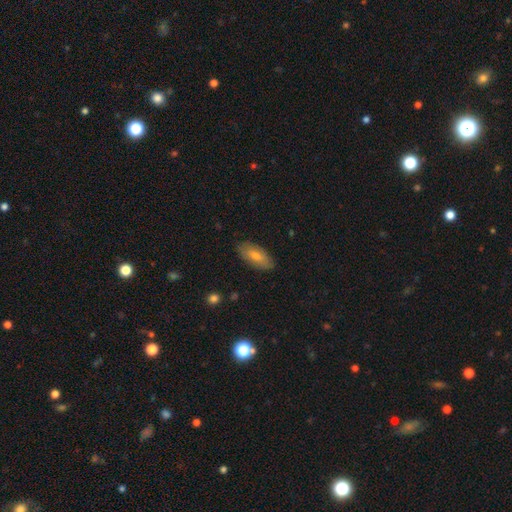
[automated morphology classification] A smooth galaxy with no disk features (65%) that is in between round and cigar-shaped (84%).

Vote fractions:
- Smooth or featured? smooth: 65% / featured or disk: 26% / star or artifact: 8%
- How rounded? in between: 84% / cigar-shaped: 13% / round: 3%
- Merging? none: 86% / minor disturbance: 11% / major disturbance: 2% / merger: 1%